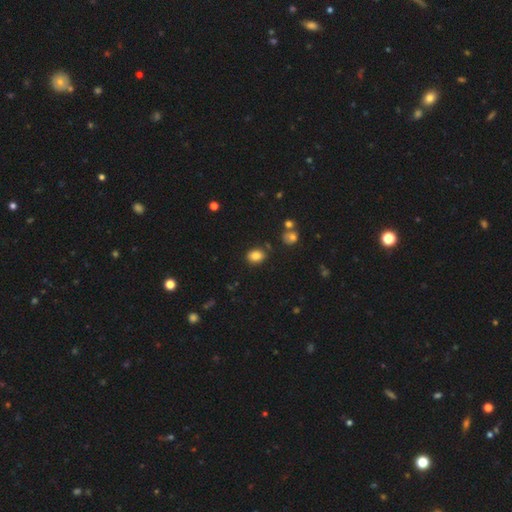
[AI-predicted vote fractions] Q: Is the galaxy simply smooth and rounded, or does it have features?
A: smooth — 83%.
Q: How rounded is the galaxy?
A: in between — 58%.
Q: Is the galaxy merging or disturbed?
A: none — 82%.